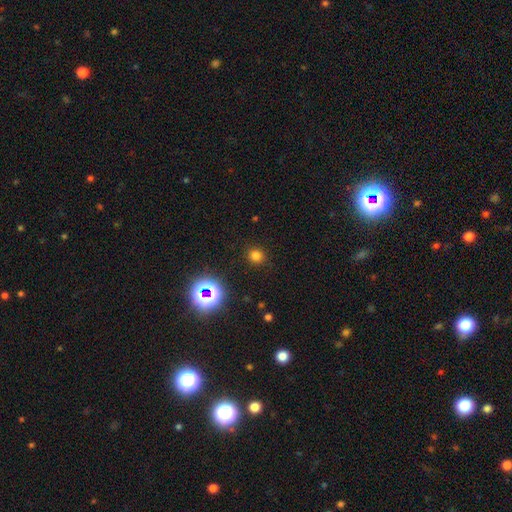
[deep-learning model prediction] Morphology: type=smooth (74%); roundness=round (89%); merging=none (90%).